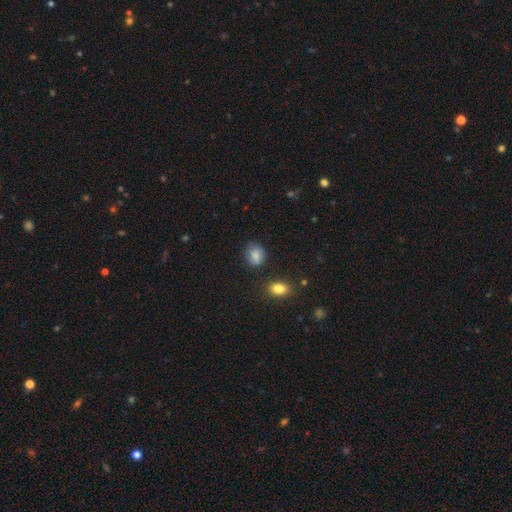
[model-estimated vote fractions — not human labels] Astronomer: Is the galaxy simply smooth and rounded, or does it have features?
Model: smooth — 83%.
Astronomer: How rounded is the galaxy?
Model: round — 51% (runner-up: in between, 47%).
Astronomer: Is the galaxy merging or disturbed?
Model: none — 72%.